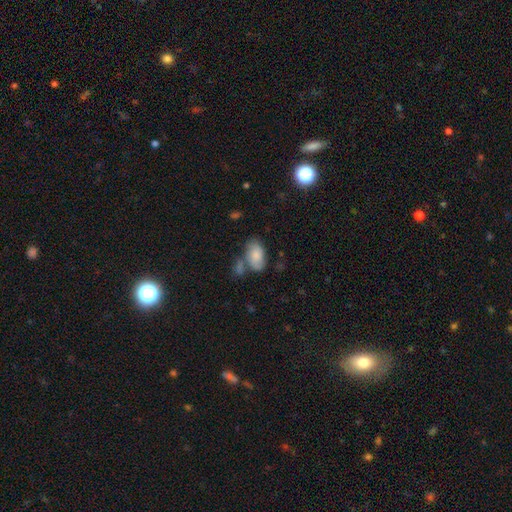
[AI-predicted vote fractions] Smooth or featured: smooth — 70% (featured or disk — 22%)
How rounded: in between — 92% (round — 6%)
Merging: none — 45% (merger — 24%)